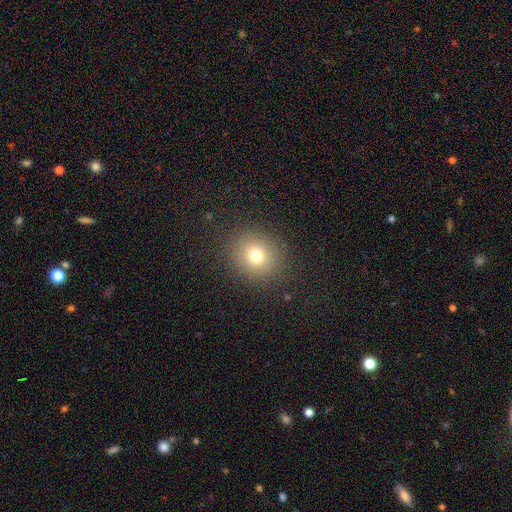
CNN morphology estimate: type=smooth (72%); roundness=round (83%); merging=none (87%).